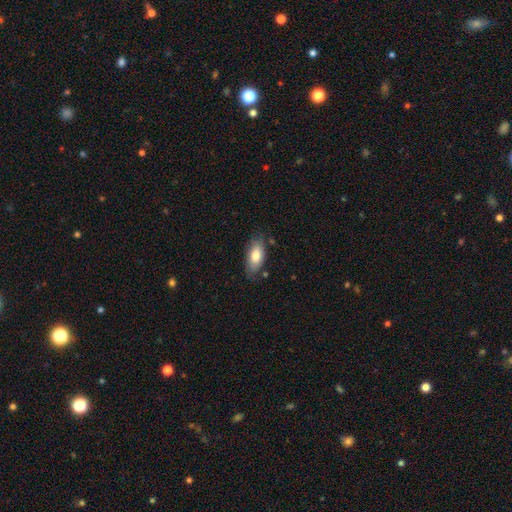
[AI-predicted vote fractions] smooth_or_featured: smooth (p=0.78) [alt: featured or disk p=0.16]
how_rounded: in between (p=0.89) [alt: cigar-shaped p=0.08]
merging: none (p=0.73) [alt: minor disturbance p=0.21]